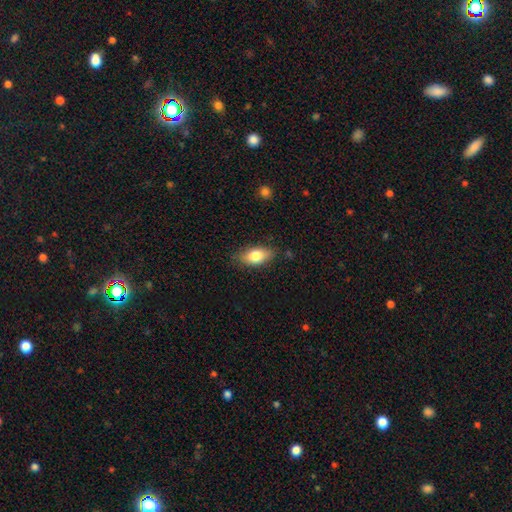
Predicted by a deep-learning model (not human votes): Morphology: type=smooth (78%); roundness=in between (87%); merging=none (80%).